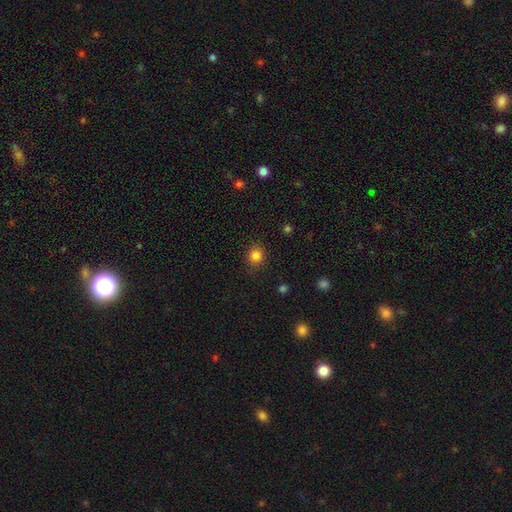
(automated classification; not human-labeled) Q: Smooth or featured?
A: smooth (84%); runner-up: star or artifact (12%)
Q: How rounded?
A: round (82%); runner-up: in between (17%)
Q: Merging?
A: none (86%); runner-up: minor disturbance (10%)